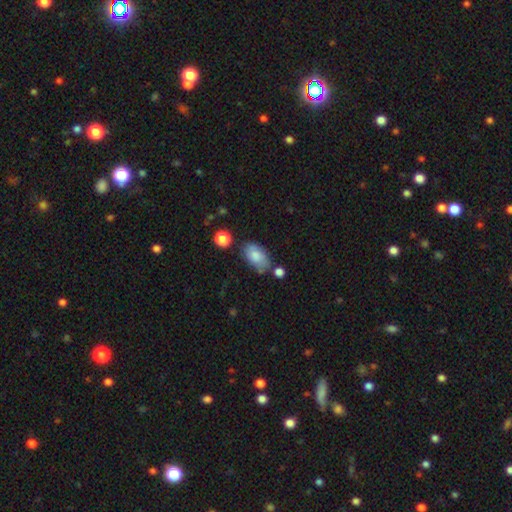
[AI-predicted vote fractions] A smooth galaxy with no disk features (76%) that is in between round and cigar-shaped (92%). Merging: none (63%).